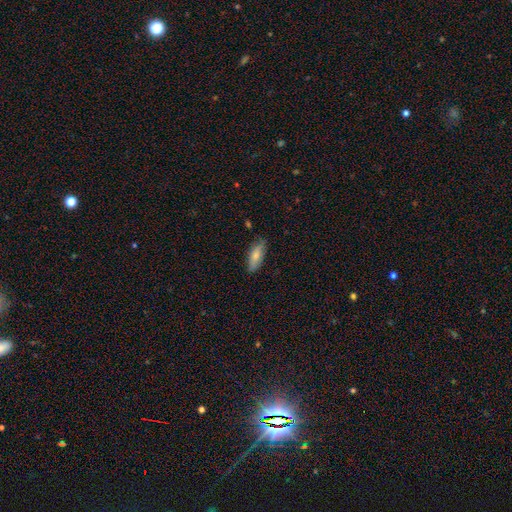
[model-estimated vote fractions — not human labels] smooth_or_featured: smooth (p=0.75) [alt: featured or disk p=0.19]
how_rounded: in between (p=0.68) [alt: cigar-shaped p=0.30]
merging: none (p=0.76) [alt: minor disturbance p=0.19]